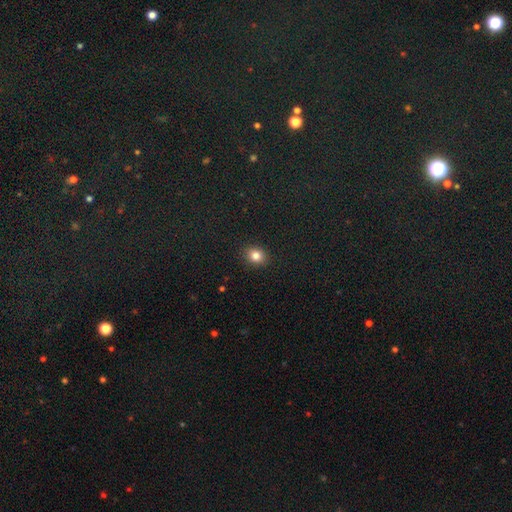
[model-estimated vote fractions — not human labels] A smooth galaxy with no disk features (83%) that is round (64%). Merging: none (90%).